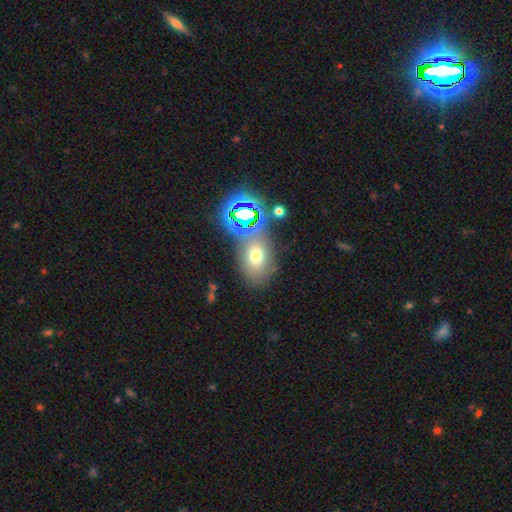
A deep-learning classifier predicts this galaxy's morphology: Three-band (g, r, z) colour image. It shows a smooth galaxy with no disk features (62%) that is in between round and cigar-shaped (73%). Merging: none (66%).